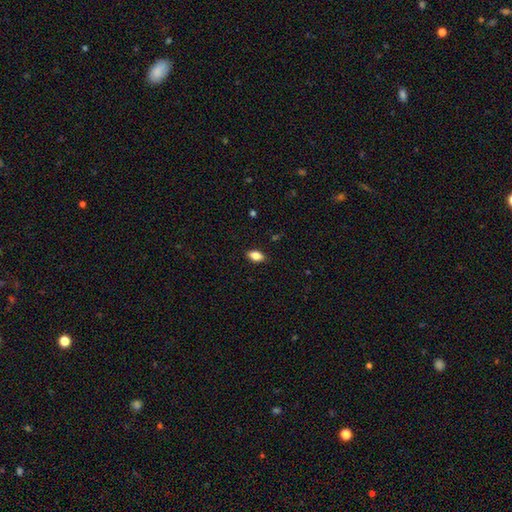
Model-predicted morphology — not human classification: A smooth galaxy with no disk features (83%) that is in between round and cigar-shaped (90%). Merging: none (88%).